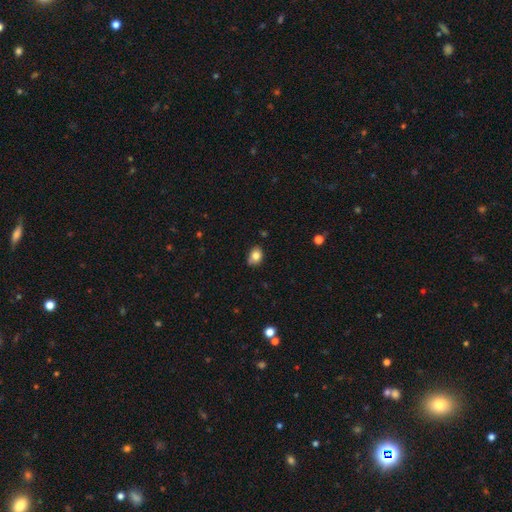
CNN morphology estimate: The model was most divided on "how rounded": in between: 67%, round: 32%, cigar-shaped: 1%. More confident: smooth or featured — smooth (82%); merging — none (76%).